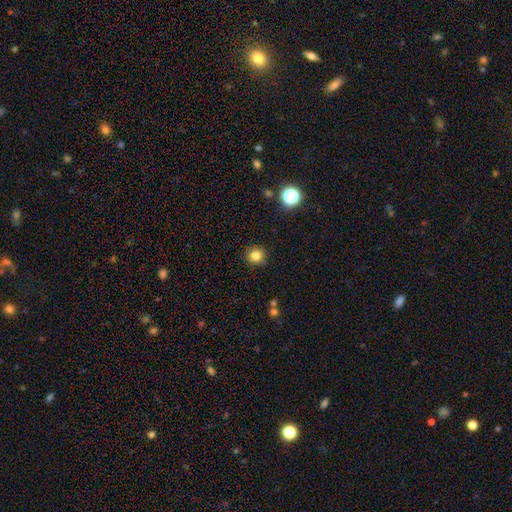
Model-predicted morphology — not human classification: This is clearly a smooth galaxy (82%). How rounded: clearly round (93%). Merging: clearly none (91%).